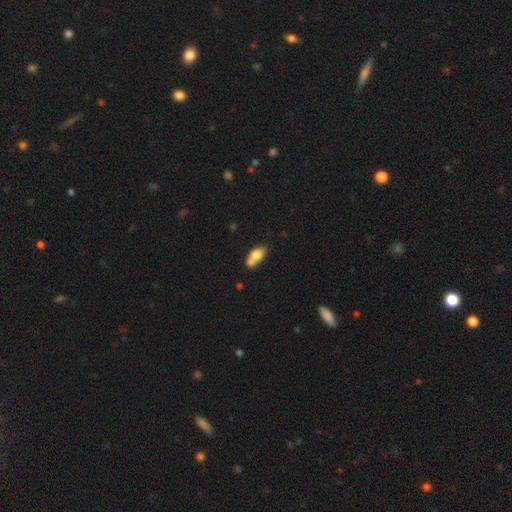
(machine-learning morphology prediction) Smooth or featured?
  - smooth: 75% *
  - featured or disk: 17%
  - star or artifact: 8%
How rounded?
  - in between: 82% *
  - cigar-shaped: 11%
  - round: 7%
Merging?
  - merger: 41% *
  - none: 37%
  - minor disturbance: 17%
  - major disturbance: 6%